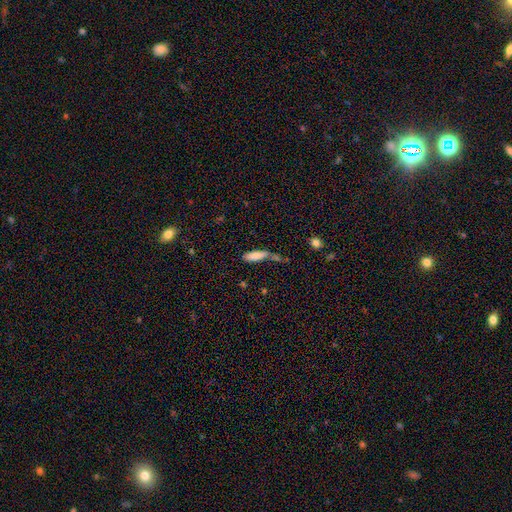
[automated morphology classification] Smooth or featured? smooth (82%)
How rounded? cigar-shaped (51%)
Merging? none (42%)